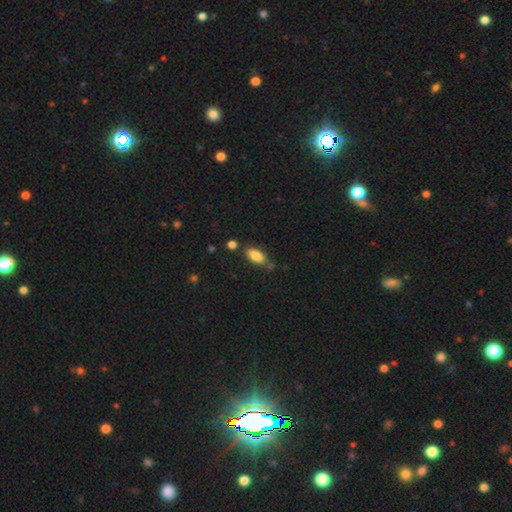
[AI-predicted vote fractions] smooth-or-featured: smooth: 84% | featured or disk: 8% | star or artifact: 8%
  how-rounded: in between: 86% | cigar-shaped: 11% | round: 3%
  merging: none: 70% | minor disturbance: 18% | merger: 8% | major disturbance: 4%